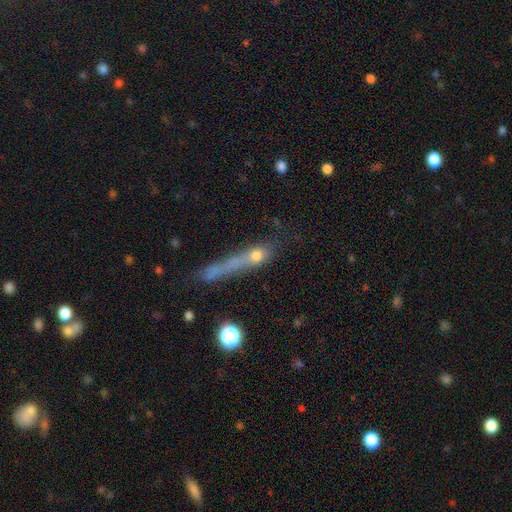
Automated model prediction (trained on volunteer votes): Smooth or featured: smooth — 54% (featured or disk — 29%)
How rounded: cigar-shaped — 63% (in between — 19%)
Merging: none — 38% (major disturbance — 22%)